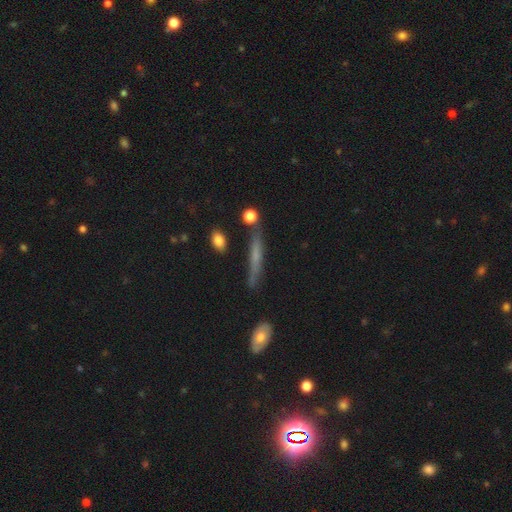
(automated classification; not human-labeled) The model was most divided on "smooth or featured": smooth: 48%, featured or disk: 41%, star or artifact: 11%. More confident: merging — none (76%).